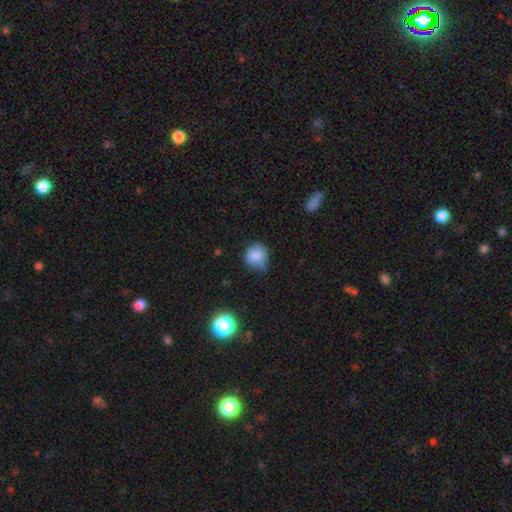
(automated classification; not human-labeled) smooth 82%, star or artifact 10%, featured or disk 7%. Down the decision tree: how rounded — round (81%); merging — none (53%).